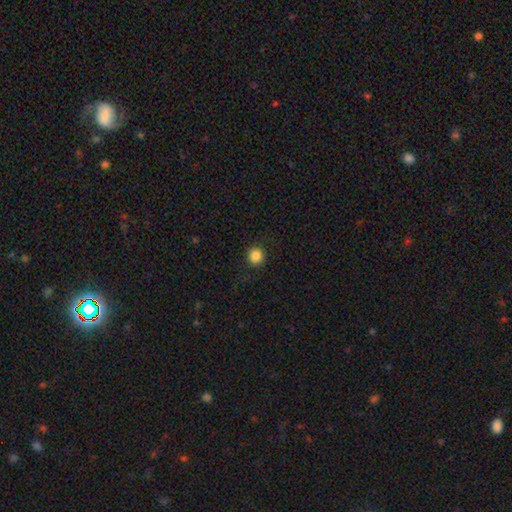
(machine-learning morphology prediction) A smooth galaxy with no disk features (86%) that is round (93%).

Vote fractions:
- Smooth or featured? smooth: 86% / star or artifact: 10% / featured or disk: 4%
- How rounded? round: 93% / in between: 6% / cigar-shaped: 1%
- Merging? none: 91% / minor disturbance: 6% / major disturbance: 2% / merger: 1%